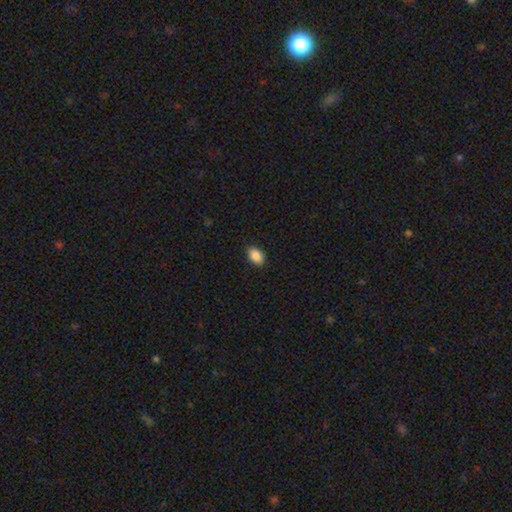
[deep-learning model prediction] Smooth or featured? Predicted: smooth (p=0.89). How rounded? Predicted: in between (p=0.85). Merging? Predicted: none (p=0.87).